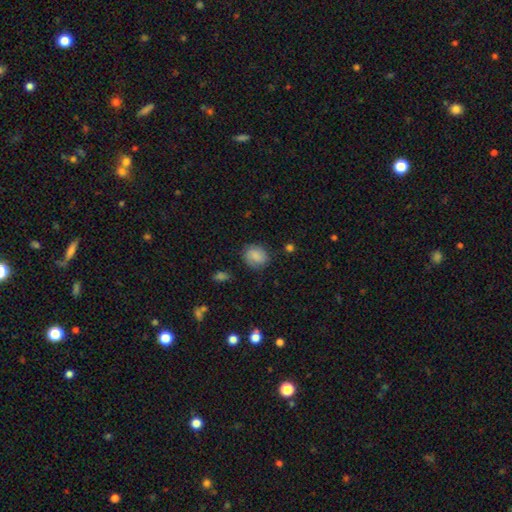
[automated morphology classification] A smooth galaxy with no disk features (80%) that is round (59%). Merging: none (74%).